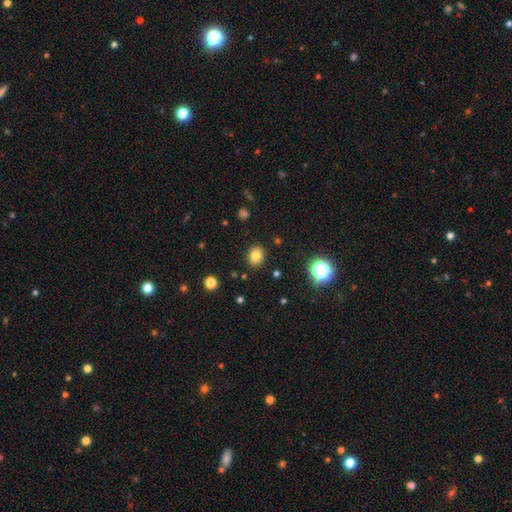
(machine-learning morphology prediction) Smooth or featured? Predicted: smooth (p=0.80). How rounded? Predicted: round (p=0.60). Merging? Predicted: none (p=0.88).